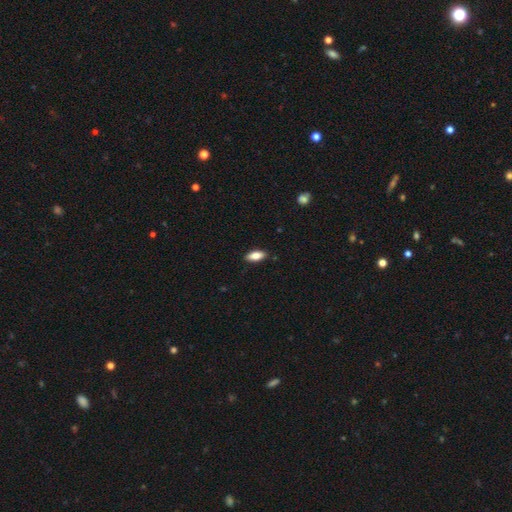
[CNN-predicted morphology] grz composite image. It shows a smooth galaxy with no disk features (80%) that is in between round and cigar-shaped (84%). Merging: none (88%).